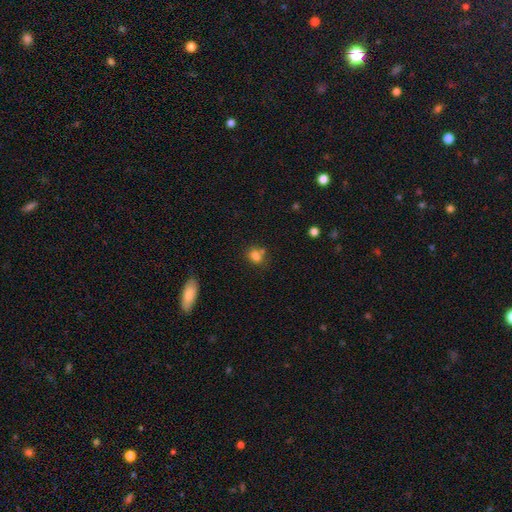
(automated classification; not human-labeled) Smooth or featured?
  - smooth: 76% *
  - star or artifact: 15%
  - featured or disk: 9%
How rounded?
  - in between: 53% *
  - round: 46%
  - cigar-shaped: 2%
Merging?
  - none: 54% *
  - merger: 25%
  - minor disturbance: 15%
  - major disturbance: 6%